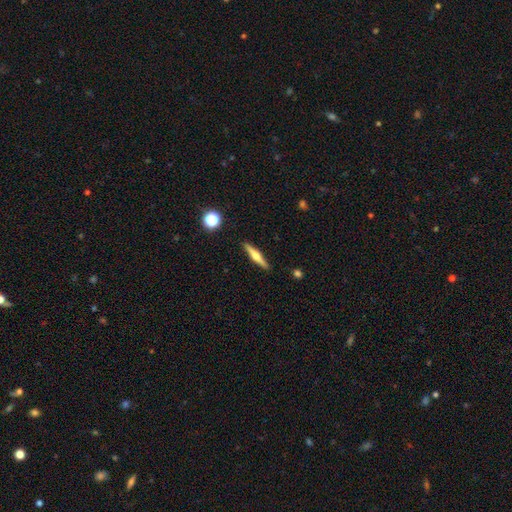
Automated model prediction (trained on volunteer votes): featured or disk 61%, smooth 33%, star or artifact 6%. Down the decision tree: edge-on disk — yes (97%); edge-on bulge — rounded (91%); merging — none (90%).